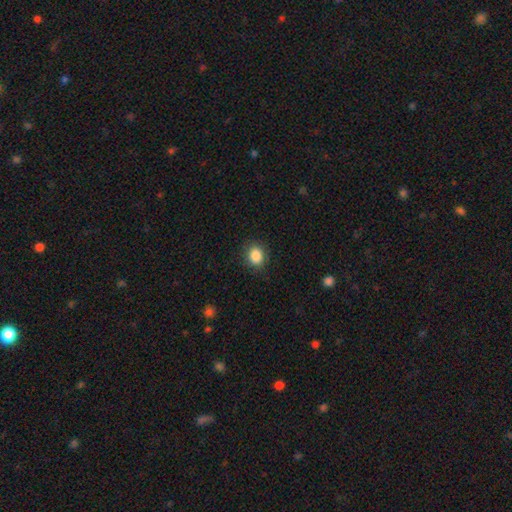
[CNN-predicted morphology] The model was most divided on "how rounded": round: 61%, in between: 38%, cigar-shaped: 1%. More confident: smooth or featured — smooth (87%); merging — none (87%).